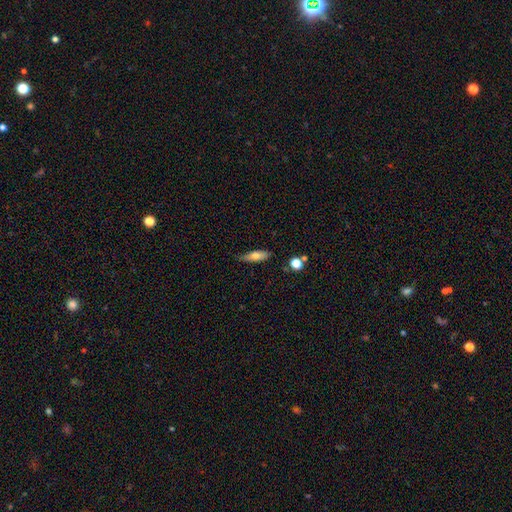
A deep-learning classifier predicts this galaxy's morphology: Smooth or featured? smooth (66%)
How rounded? cigar-shaped (49%)
Merging? none (77%)